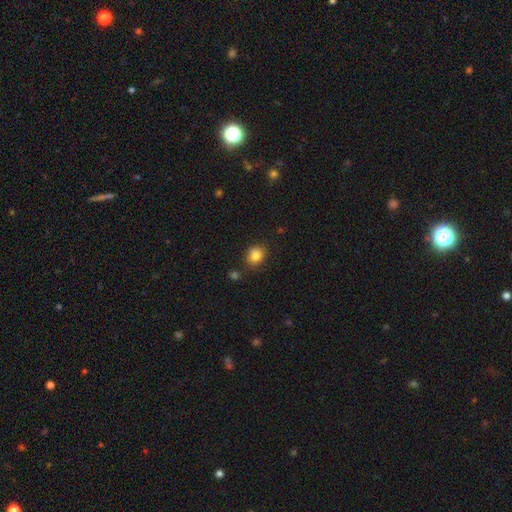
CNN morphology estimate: Smooth or featured: smooth — 84% (star or artifact — 11%)
How rounded: round — 67% (in between — 32%)
Merging: none — 82% (minor disturbance — 11%)